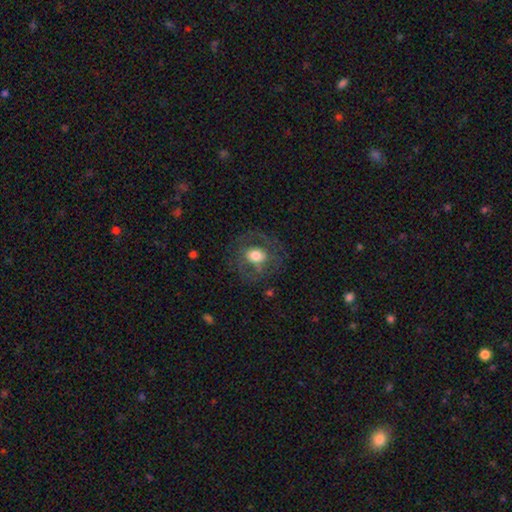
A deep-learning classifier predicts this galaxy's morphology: Overall: featured or disk (47%; smooth 44%). Merging: none (69%).